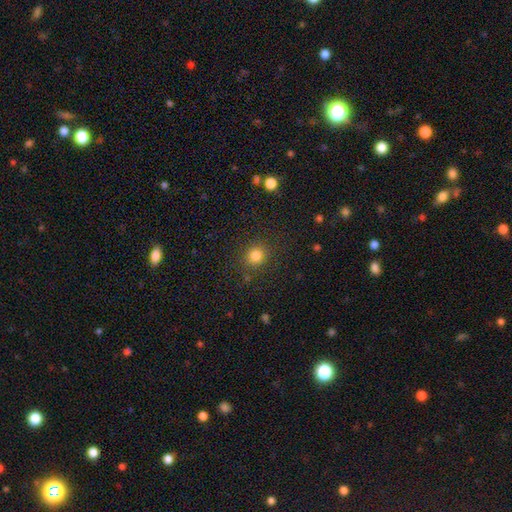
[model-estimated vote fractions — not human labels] Smooth or featured? smooth (82%)
How rounded? round (89%)
Merging? none (86%)